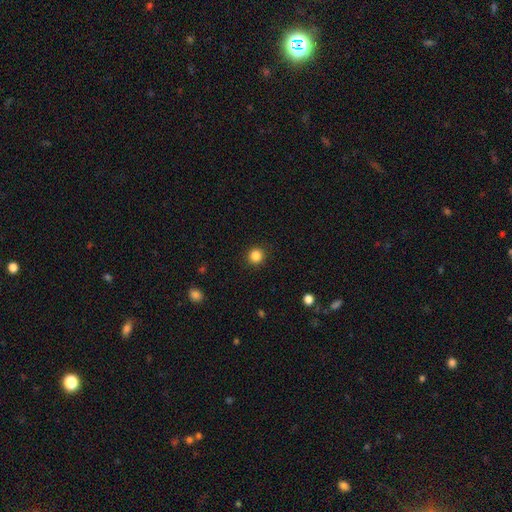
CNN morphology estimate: smooth 85%, star or artifact 11%, featured or disk 3%. Down the decision tree: how rounded — round (93%); merging — none (91%).